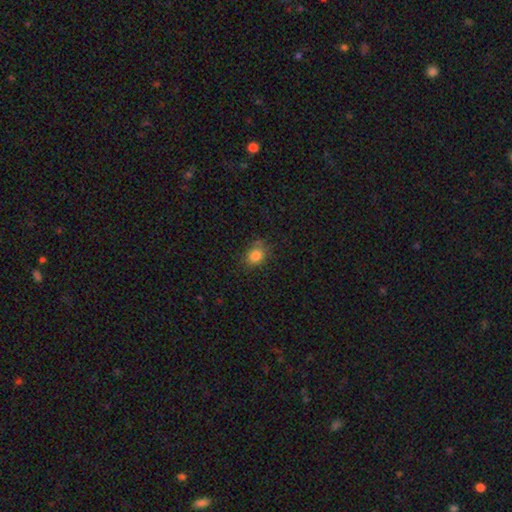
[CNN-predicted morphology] Overall: smooth (82%). How rounded: in between (53%; round 46%). Merging: none (74%).